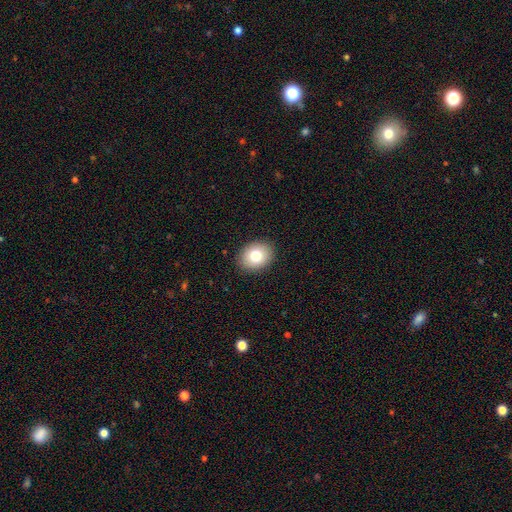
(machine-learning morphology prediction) Overall: smooth (79%). How rounded: in between (53%; round 46%). Merging: none (90%).